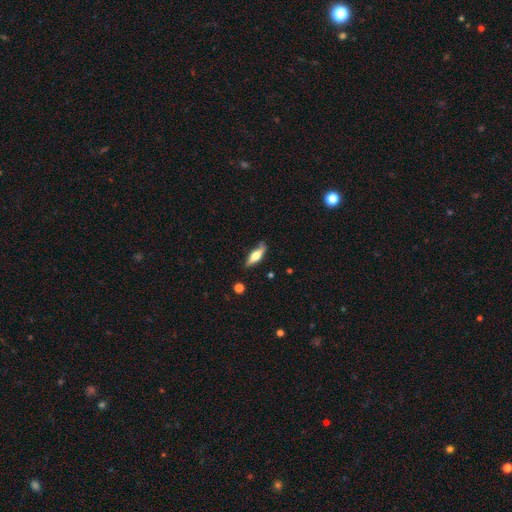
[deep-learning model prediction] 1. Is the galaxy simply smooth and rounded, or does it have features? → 54% smooth, 40% featured or disk, 6% star or artifact.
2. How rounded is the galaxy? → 50% cigar-shaped, 48% in between, 2% round.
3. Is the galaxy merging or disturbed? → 73% none, 21% minor disturbance, 4% major disturbance, 2% merger.